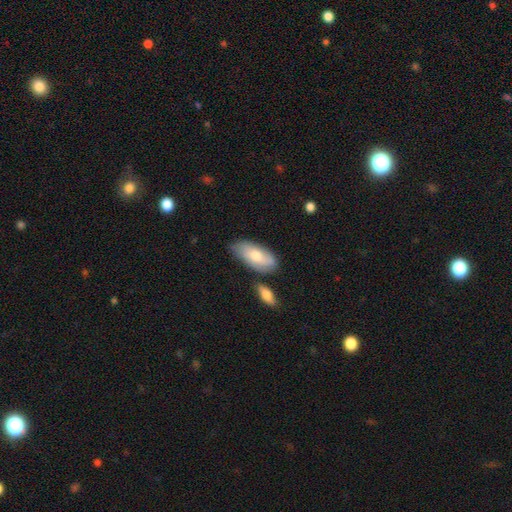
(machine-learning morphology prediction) A smooth galaxy with no disk features (65%) that is in between round and cigar-shaped (89%). Merging: none (66%).